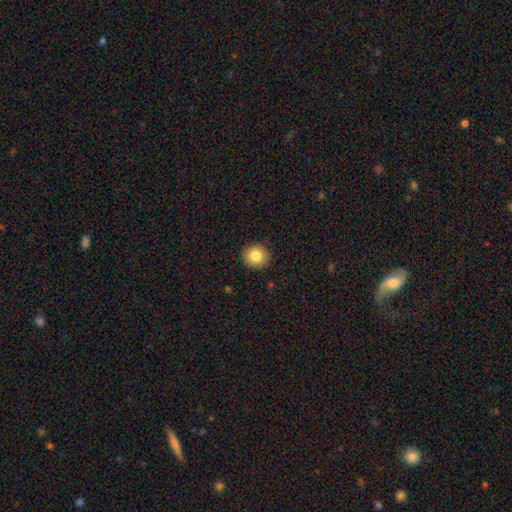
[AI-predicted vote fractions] Smooth or featured?
  - smooth: 83% *
  - star or artifact: 10%
  - featured or disk: 8%
How rounded?
  - round: 87% *
  - in between: 12%
  - cigar-shaped: 1%
Merging?
  - none: 91% *
  - minor disturbance: 6%
  - major disturbance: 2%
  - merger: 1%